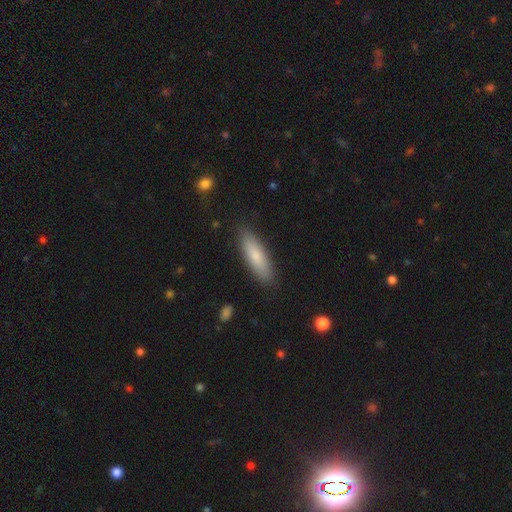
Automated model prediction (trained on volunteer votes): The model was most divided on "how rounded": cigar-shaped: 59%, in between: 39%, round: 2%. More confident: merging — none (87%); smooth or featured — smooth (77%).